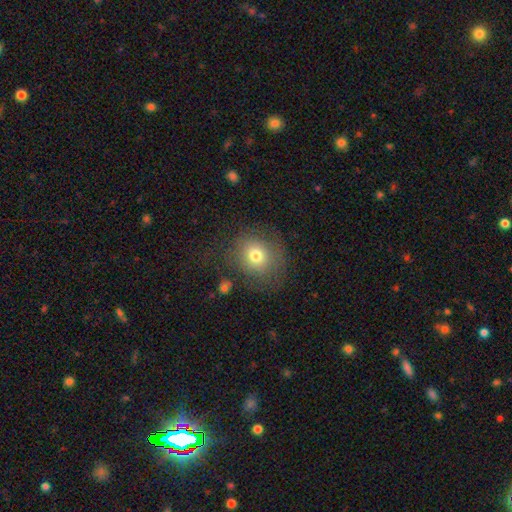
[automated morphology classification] smooth_or_featured: smooth (p=0.73) [alt: featured or disk p=0.15]
how_rounded: round (p=0.79) [alt: in between p=0.20]
merging: none (p=0.68) [alt: minor disturbance p=0.17]